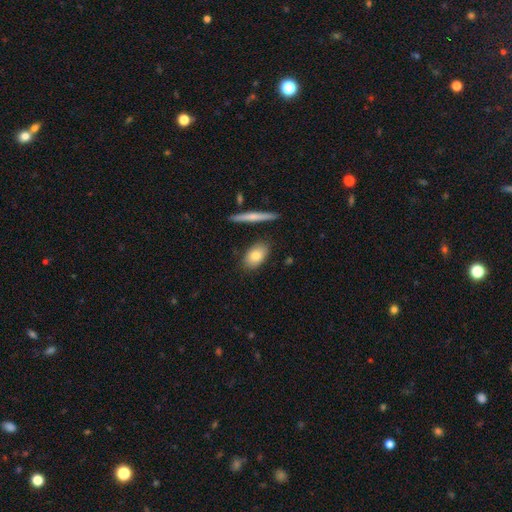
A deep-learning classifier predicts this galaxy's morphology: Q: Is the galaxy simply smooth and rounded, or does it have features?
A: smooth — 78%.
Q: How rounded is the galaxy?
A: in between — 85%.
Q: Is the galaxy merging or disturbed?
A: none — 80%.